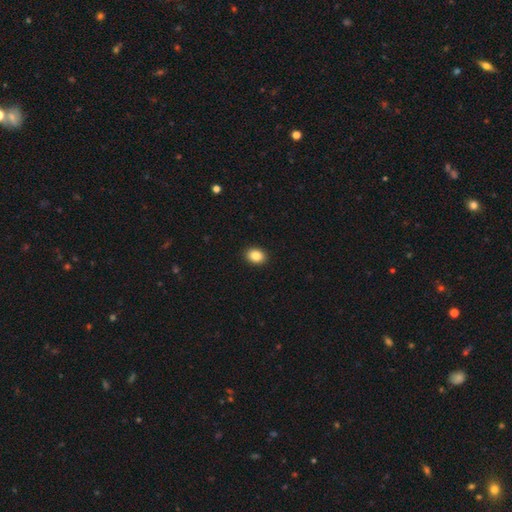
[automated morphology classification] smooth_or_featured: smooth (p=0.86) [alt: star or artifact p=0.09]
how_rounded: in between (p=0.65) [alt: round p=0.34]
merging: none (p=0.91) [alt: minor disturbance p=0.06]